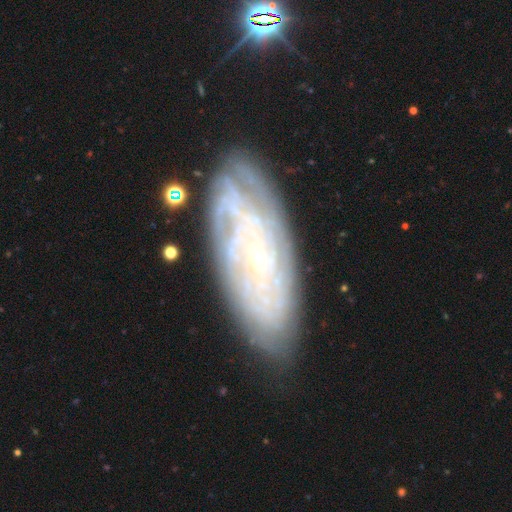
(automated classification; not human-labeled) This is clearly a featured or disk galaxy (81%). It is clearly not viewed edge-on (89%). Bar: likely no (73%). Spiral arm pattern: clearly yes (93%). Spiral arm count: possibly can't tell (46%). Spiral winding: clearly tight (80%). Central bulge: clearly small (84%). Merging: likely none (78%).